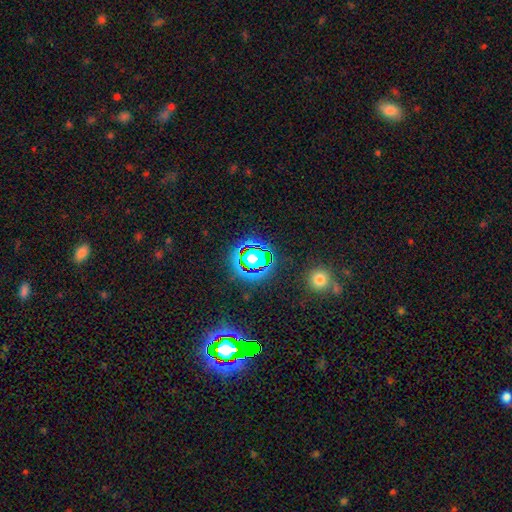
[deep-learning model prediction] This is likely a star or artifact rather than a galaxy (73%).